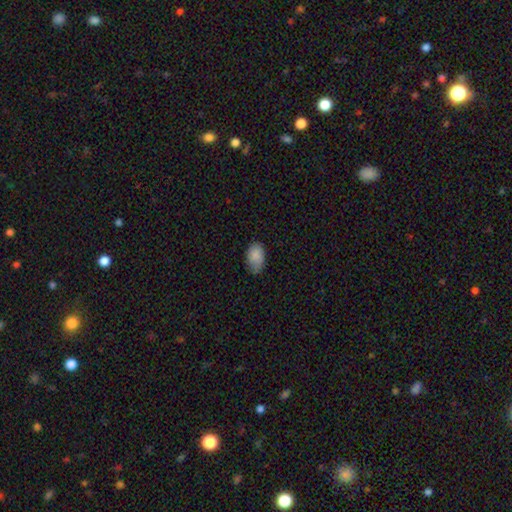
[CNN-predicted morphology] Smooth or featured? smooth (87%)
How rounded? in between (91%)
Merging? none (69%)